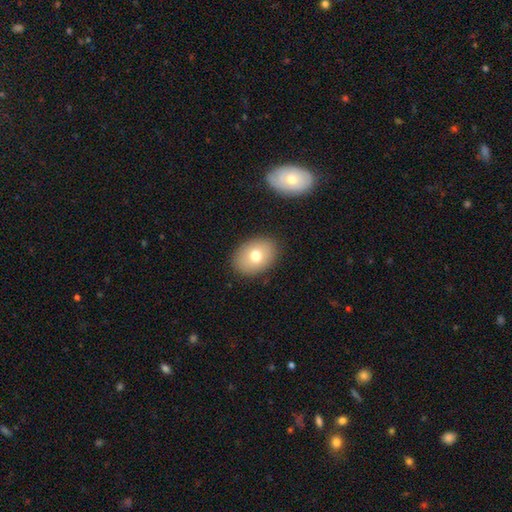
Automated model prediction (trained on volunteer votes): Smooth or featured? smooth (74%)
How rounded? in between (74%)
Merging? none (87%)